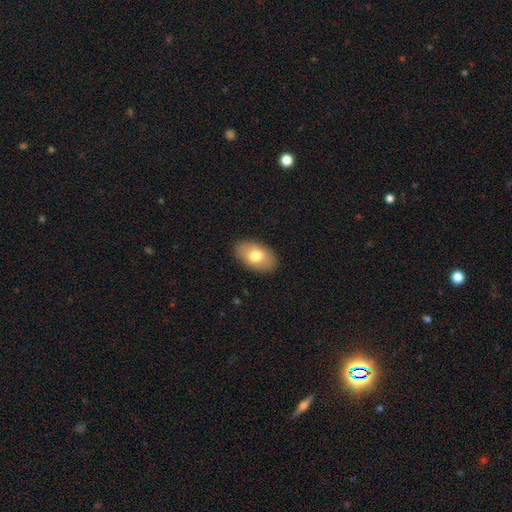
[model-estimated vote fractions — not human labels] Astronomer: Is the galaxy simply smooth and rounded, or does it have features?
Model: smooth — 73%.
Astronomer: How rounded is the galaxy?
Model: in between — 92%.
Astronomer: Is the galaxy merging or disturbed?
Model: none — 88%.